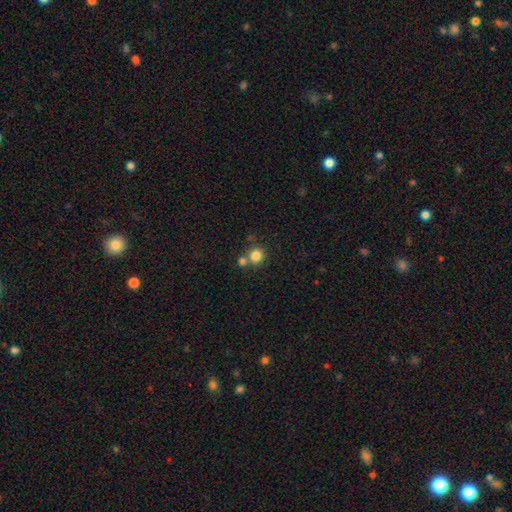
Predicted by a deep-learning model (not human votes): Smooth or featured?
  - smooth: 83% *
  - star or artifact: 11%
  - featured or disk: 6%
How rounded?
  - round: 83% *
  - in between: 16%
  - cigar-shaped: 1%
Merging?
  - none: 62% *
  - merger: 27%
  - minor disturbance: 8%
  - major disturbance: 3%